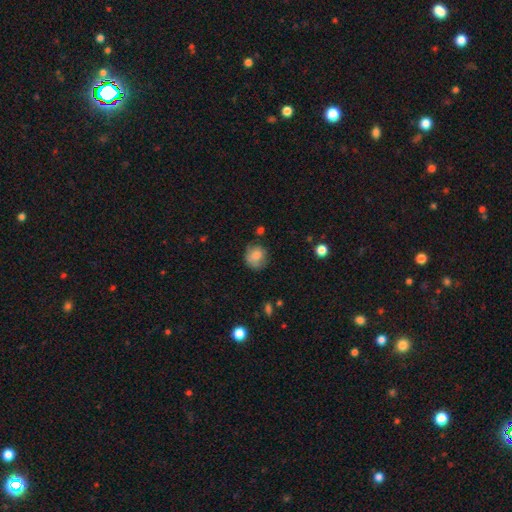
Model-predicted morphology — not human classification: Smooth or featured? Predicted: smooth (p=0.81). How rounded? Predicted: round (p=0.82). Merging? Predicted: none (p=0.68).